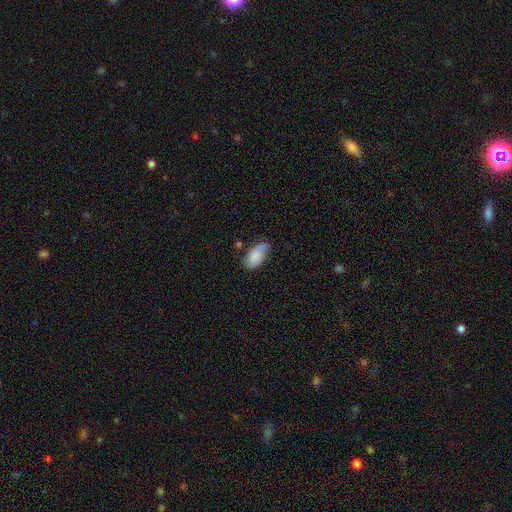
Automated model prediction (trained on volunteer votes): Smooth or featured? smooth (78%)
How rounded? in between (93%)
Merging? none (58%)